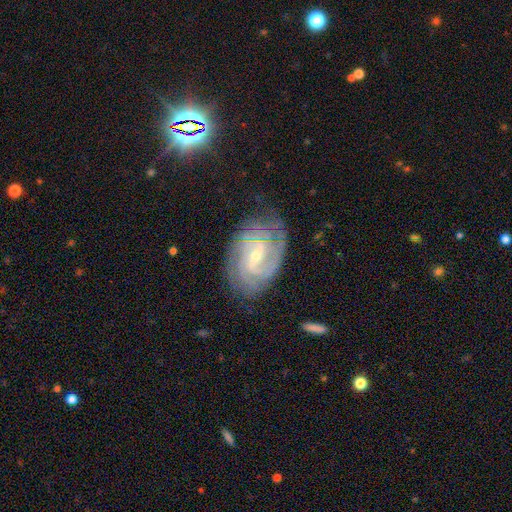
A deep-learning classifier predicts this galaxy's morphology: smooth-or-featured: featured or disk: 86% | smooth: 8% | star or artifact: 6%
  disk-edge-on: no: 96% | yes: 4%
    bar: weak: 55% | no: 25% | strong: 20%
    has-spiral-arms: yes: 96% | no: 4%
      spiral-winding: tight: 64% | medium: 29% | loose: 7%
      spiral-arm-count: can't tell: 31% | 2: 29% | 3: 17% | 4: 12% | more than 4: 6% | 1: 5%
    bulge-size: small: 64% | moderate: 32% | none: 1% | large: 1% | dominant: 1%
  merging: none: 72% | minor disturbance: 20% | major disturbance: 7% | merger: 1%